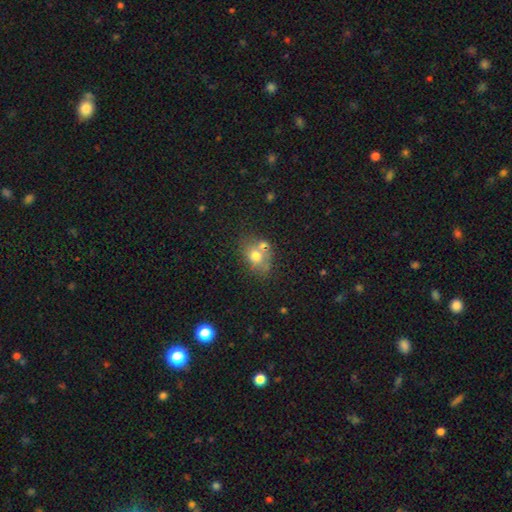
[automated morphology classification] type=smooth (66%); roundness=in between (55%); merging=none (47%).